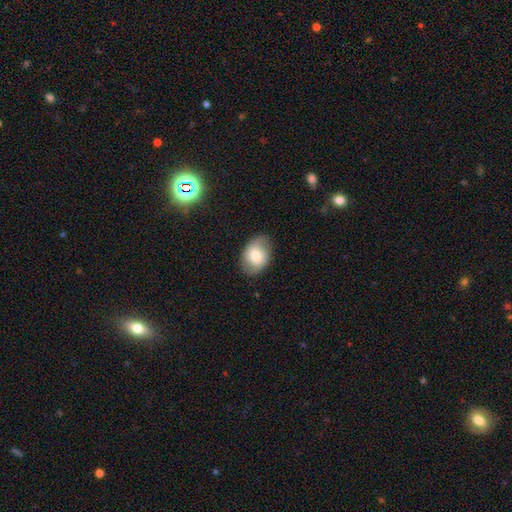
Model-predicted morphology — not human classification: This is likely a smooth galaxy (68%). How rounded: likely in between (78%). Merging: likely none (78%).